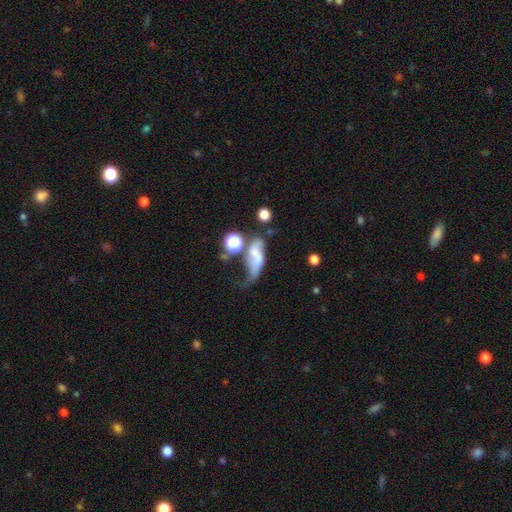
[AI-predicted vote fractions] Q: Smooth or featured?
A: featured or disk (45%); runner-up: smooth (43%)
Q: Merging?
A: major disturbance (36%); runner-up: merger (25%)